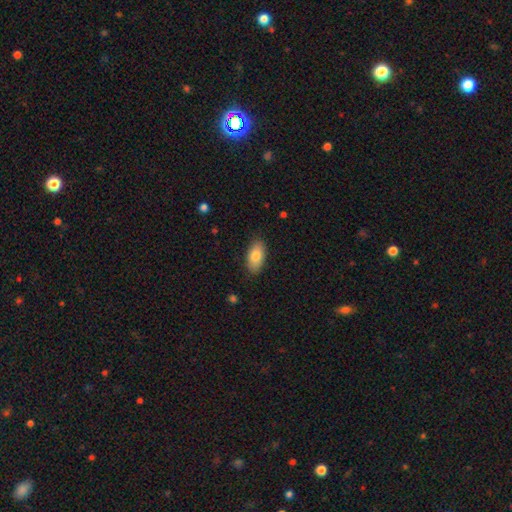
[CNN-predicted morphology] Q: Smooth or featured?
A: smooth (83%); runner-up: featured or disk (11%)
Q: How rounded?
A: in between (93%); runner-up: cigar-shaped (4%)
Q: Merging?
A: none (85%); runner-up: minor disturbance (12%)